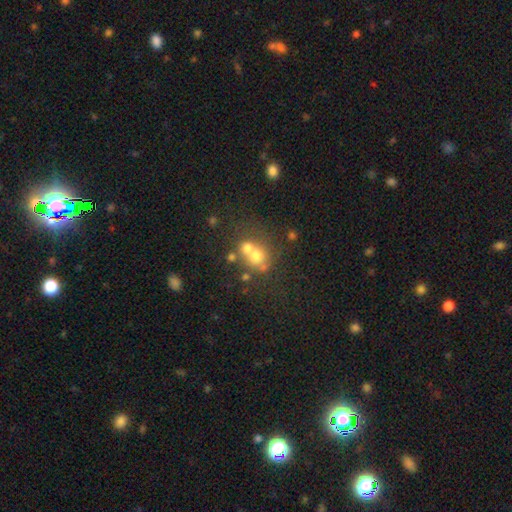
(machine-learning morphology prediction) type=smooth (63%); roundness=round (79%); merging=merger (48%).